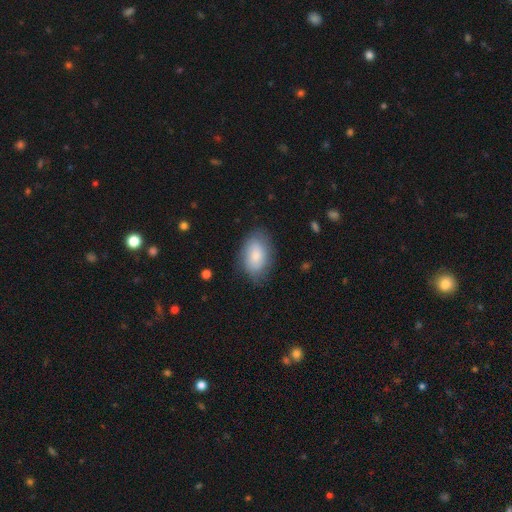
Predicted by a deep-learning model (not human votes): This appears to be a smooth galaxy with no disk features (77%) that is in between round and cigar-shaped (90%). Merging: none (73%).